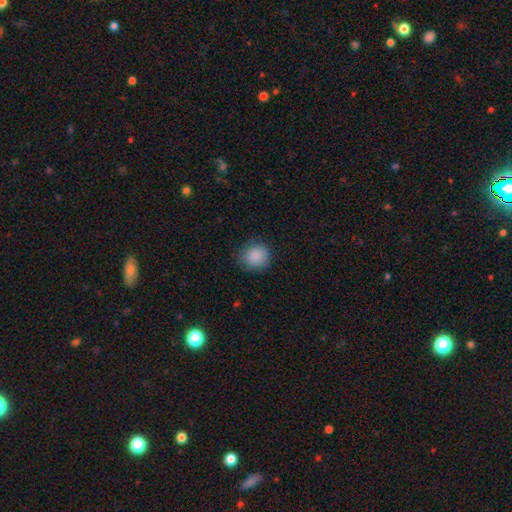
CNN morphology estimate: Overall: smooth (88%). How rounded: round (85%). Merging: none (82%).